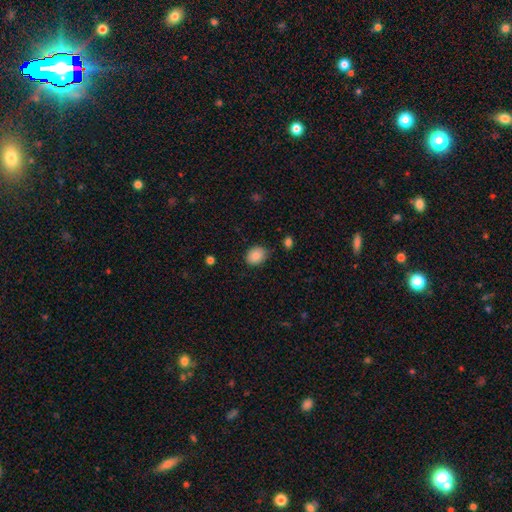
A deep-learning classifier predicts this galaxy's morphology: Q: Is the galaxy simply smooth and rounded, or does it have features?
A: smooth — 87%.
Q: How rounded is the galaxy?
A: round — 50%.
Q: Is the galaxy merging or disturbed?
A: none — 80%.